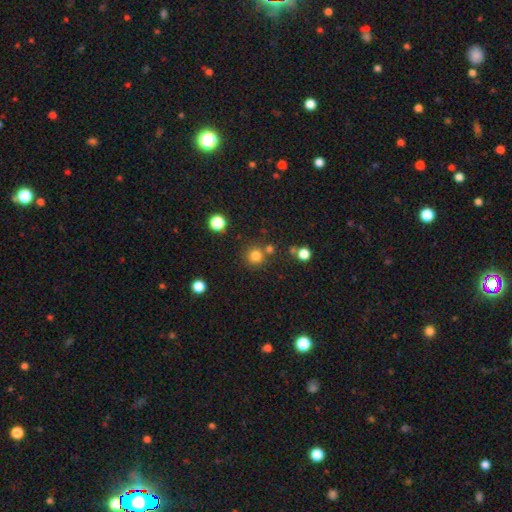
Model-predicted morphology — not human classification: This appears to be a smooth galaxy with no disk features (79%) that is round (94%). Merging: none (76%).